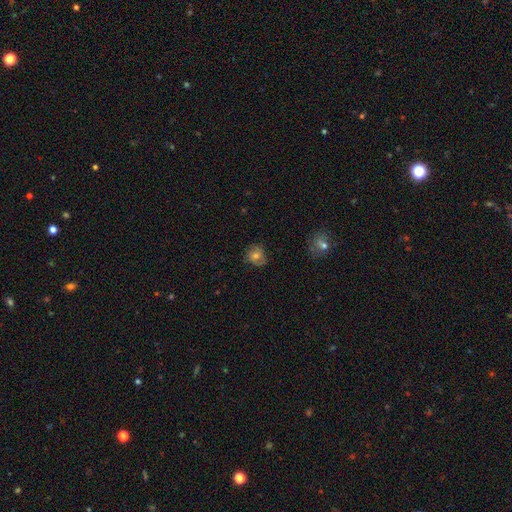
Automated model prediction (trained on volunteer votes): A featured or disk galaxy (45%). Merging: none (70%).